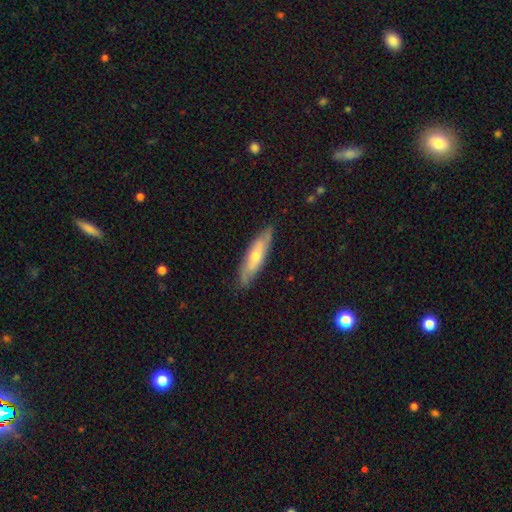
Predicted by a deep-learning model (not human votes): smooth 47% (tied), featured or disk 47% (tied), star or artifact 6%. Down the decision tree: merging — none (82%).